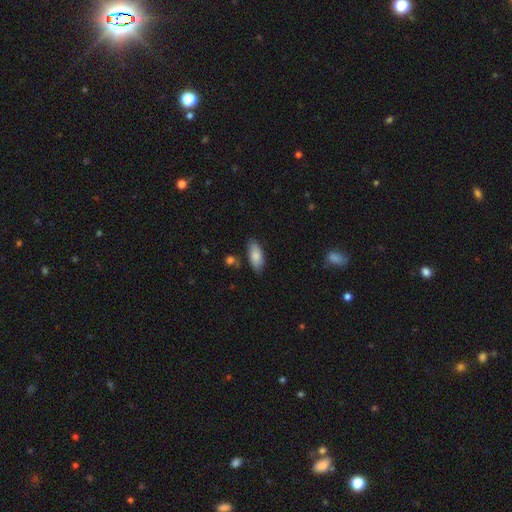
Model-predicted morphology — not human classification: The model was most divided on "merging": none: 79%, minor disturbance: 14%, merger: 3%, major disturbance: 3%. More confident: how rounded — in between (89%); smooth or featured — smooth (85%).